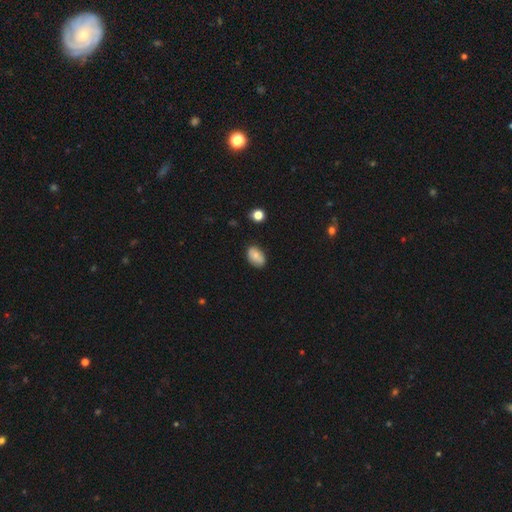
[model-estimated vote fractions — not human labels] A smooth galaxy with no disk features (75%) that is in between round and cigar-shaped (88%). Merging: none (77%).